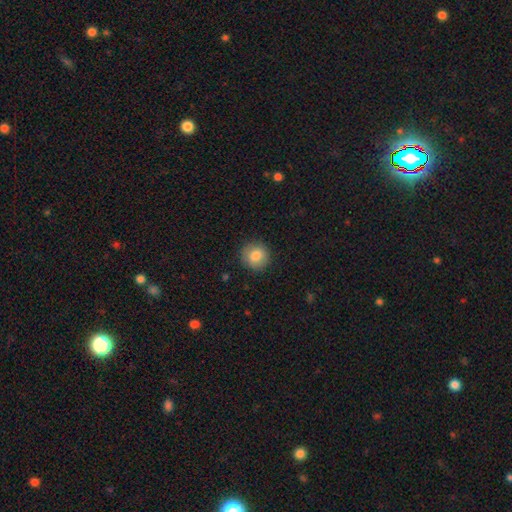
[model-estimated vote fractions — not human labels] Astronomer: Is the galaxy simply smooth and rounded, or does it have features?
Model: smooth — 83%.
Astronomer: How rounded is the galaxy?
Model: round — 92%.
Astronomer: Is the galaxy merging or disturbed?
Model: none — 88%.